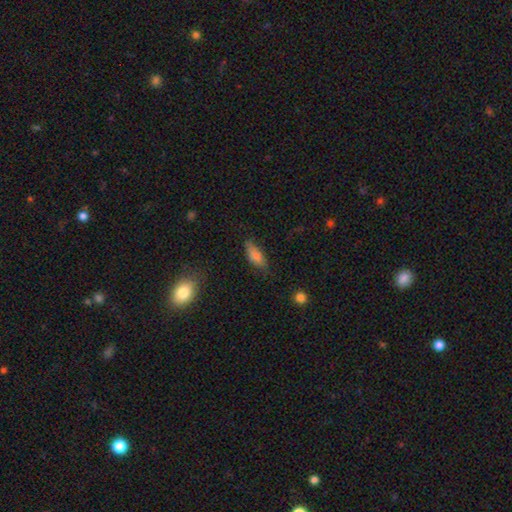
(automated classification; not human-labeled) Smooth or featured?
  - smooth: 76% *
  - featured or disk: 15%
  - star or artifact: 9%
How rounded?
  - in between: 68% *
  - cigar-shaped: 28%
  - round: 3%
Merging?
  - none: 69% *
  - minor disturbance: 23%
  - major disturbance: 6%
  - merger: 2%